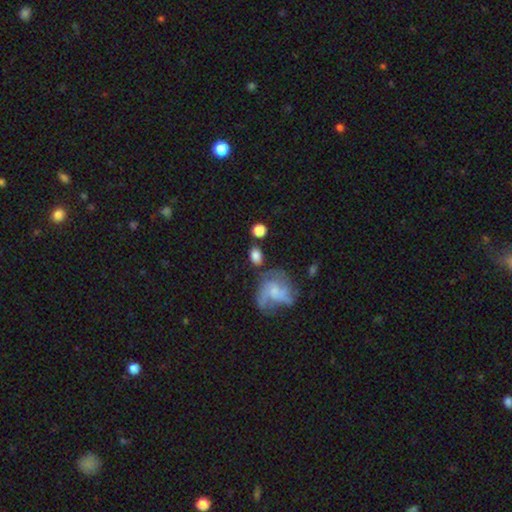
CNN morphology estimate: The model was most divided on "how rounded": in between: 61%, round: 37%, cigar-shaped: 2%. More confident: smooth or featured — smooth (77%); merging — none (66%).